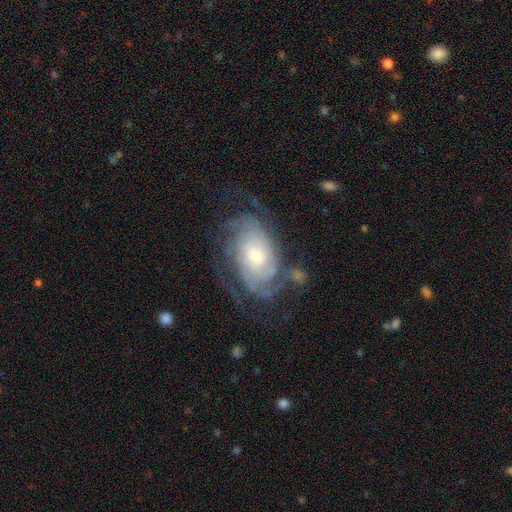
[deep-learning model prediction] Smooth or featured?
  - featured or disk: 86% *
  - smooth: 8%
  - star or artifact: 5%
Edge-on disk?
  - no: 96% *
  - yes: 4%
Bar?
  - no: 68% *
  - weak: 26%
  - strong: 6%
Spiral arms?
  - yes: 96% *
  - no: 4%
Spiral winding?
  - tight: 65% *
  - medium: 27%
  - loose: 8%
Spiral arm count?
  - can't tell: 33% *
  - 3: 20%
  - 2: 18%
  - 4: 17%
  - more than 4: 7%
  - 1: 6%
Bulge size?
  - moderate: 48% *
  - small: 44%
  - large: 5%
  - none: 1%
  - dominant: 1%
Merging?
  - none: 65% *
  - minor disturbance: 18%
  - major disturbance: 14%
  - merger: 3%